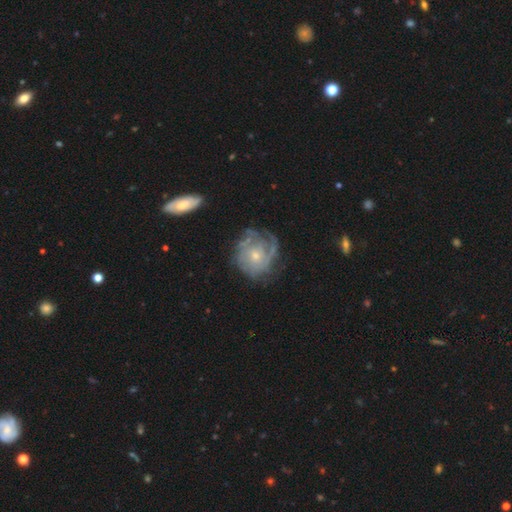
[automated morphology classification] A featured or disk galaxy (78%) with no bar (78%), tight (63%) spiral arms (87%) and a small central bulge (58%).

Vote fractions:
- Smooth or featured? featured or disk: 78% / smooth: 15% / star or artifact: 7%
- Edge-on disk? no: 97% / yes: 3%
- Bar? no: 78% / weak: 19% / strong: 3%
- Spiral arms? yes: 87% / no: 13%
- Spiral winding? tight: 63% / medium: 26% / loose: 11%
- Spiral arm count? can't tell: 48% / 3: 15% / 2: 13% / 4: 10% / 1: 7% / more than 4: 6%
- Bulge size? small: 58% / moderate: 37% / none: 2% / large: 2% / dominant: 1%
- Merging? none: 58% / minor disturbance: 22% / major disturbance: 17% / merger: 3%